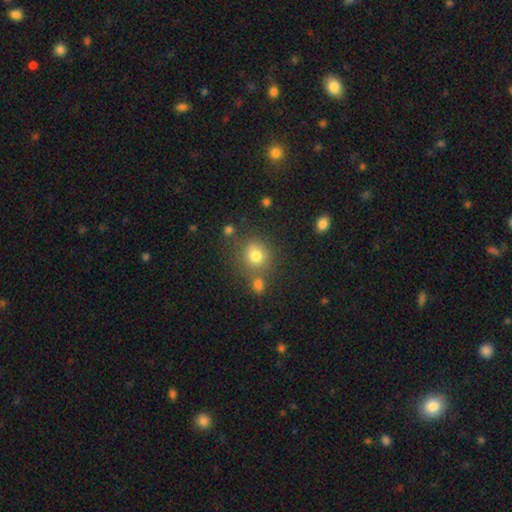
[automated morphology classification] Smooth or featured?
  - smooth: 78% *
  - star or artifact: 13%
  - featured or disk: 9%
How rounded?
  - round: 85% *
  - in between: 14%
  - cigar-shaped: 1%
Merging?
  - none: 64% *
  - merger: 19%
  - minor disturbance: 12%
  - major disturbance: 5%